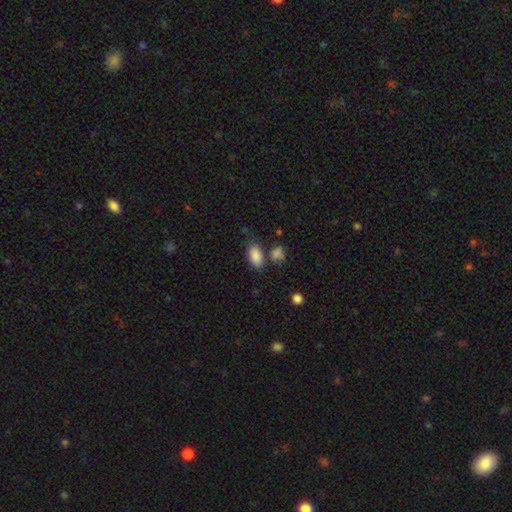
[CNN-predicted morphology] type=smooth (87%); roundness=in between (92%); merging=none (67%).